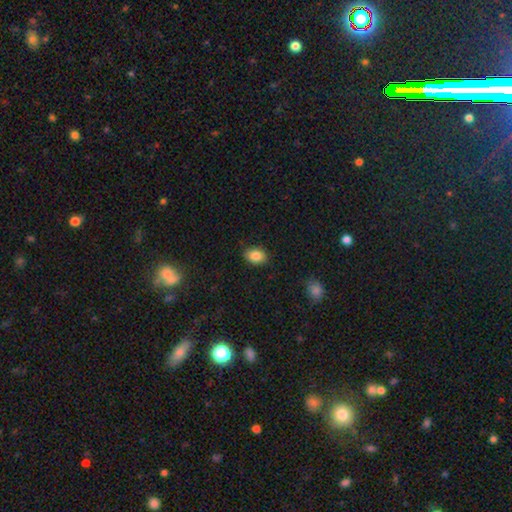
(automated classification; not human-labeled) smooth 86%, star or artifact 8%, featured or disk 6%. Down the decision tree: how rounded — in between (75%); merging — none (85%).